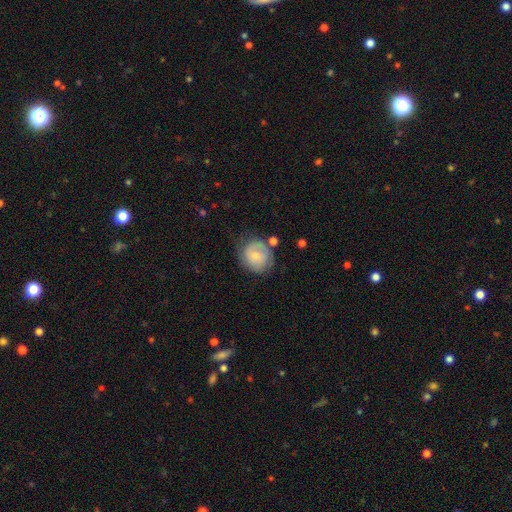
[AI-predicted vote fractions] The model was most divided on "smooth or featured": smooth: 58%, featured or disk: 35%, star or artifact: 8%. More confident: how rounded — round (78%); merging — none (60%).